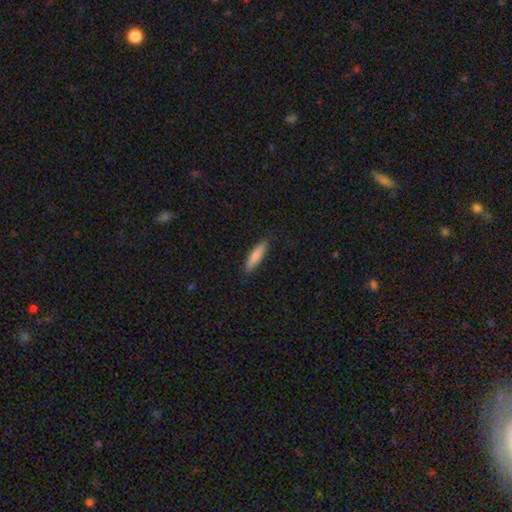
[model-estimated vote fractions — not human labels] This is clearly a smooth galaxy (82%). How rounded: likely cigar-shaped (76%). Merging: clearly none (88%).